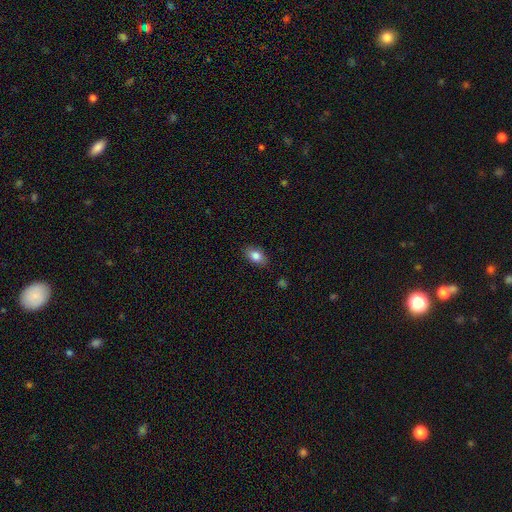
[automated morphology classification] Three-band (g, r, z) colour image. It shows a smooth galaxy with no disk features (83%) that is in between round and cigar-shaped (89%). Merging: none (87%).